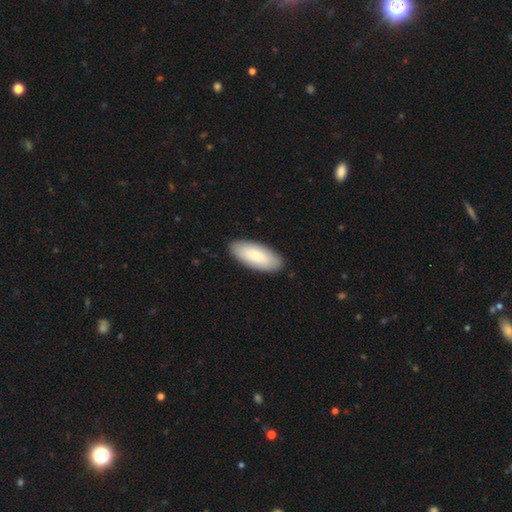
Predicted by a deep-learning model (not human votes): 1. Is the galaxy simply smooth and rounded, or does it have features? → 83% smooth, 12% featured or disk, 5% star or artifact.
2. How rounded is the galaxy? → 85% in between, 13% cigar-shaped, 2% round.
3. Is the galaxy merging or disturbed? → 89% none, 8% minor disturbance, 2% major disturbance, 1% merger.